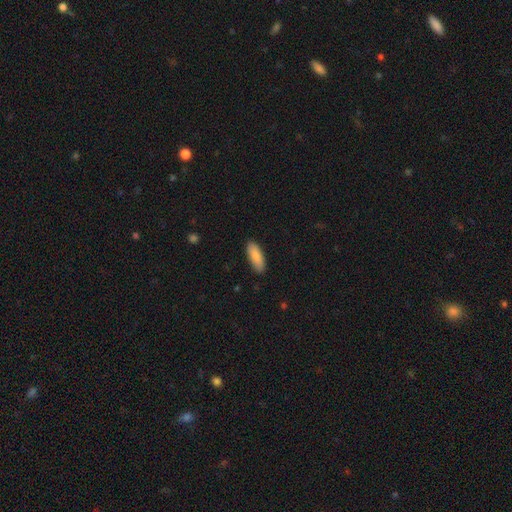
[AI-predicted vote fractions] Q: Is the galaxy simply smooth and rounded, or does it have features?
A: smooth — 87%.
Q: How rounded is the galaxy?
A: in between — 67%.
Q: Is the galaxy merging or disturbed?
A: none — 88%.